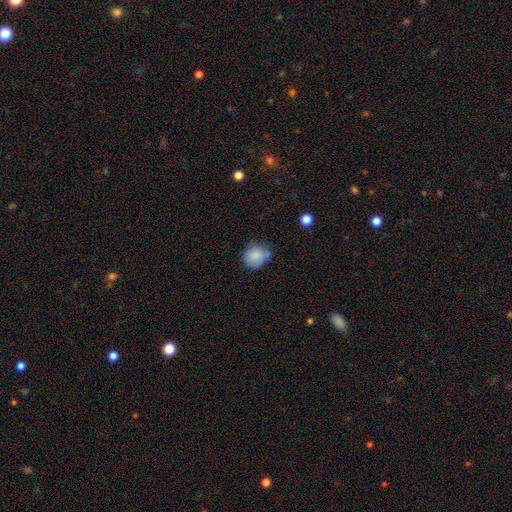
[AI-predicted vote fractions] Smooth or featured: smooth — 79% (featured or disk — 12%)
How rounded: round — 76% (in between — 23%)
Merging: none — 55% (minor disturbance — 31%)